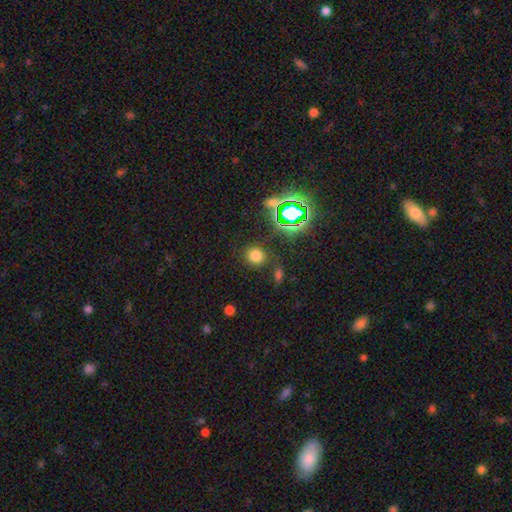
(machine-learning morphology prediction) smooth-or-featured: smooth: 70% | star or artifact: 24% | featured or disk: 7%
  how-rounded: round: 80% | in between: 19% | cigar-shaped: 1%
  merging: none: 82% | minor disturbance: 9% | merger: 5% | major disturbance: 4%